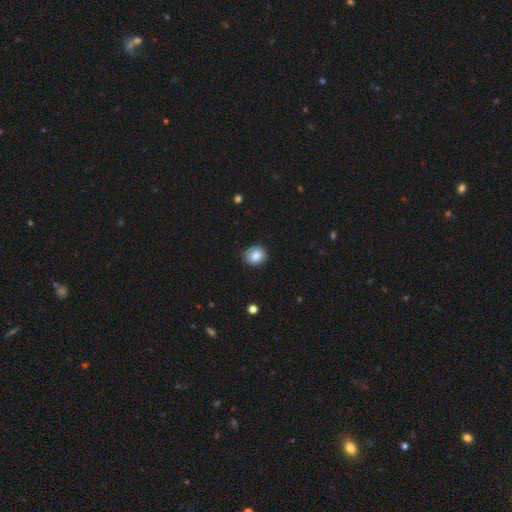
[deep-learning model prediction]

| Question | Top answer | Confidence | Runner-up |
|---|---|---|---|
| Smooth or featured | smooth | 86% | star or artifact (9%) |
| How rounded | round | 75% | in between (24%) |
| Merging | none | 83% | minor disturbance (14%) |